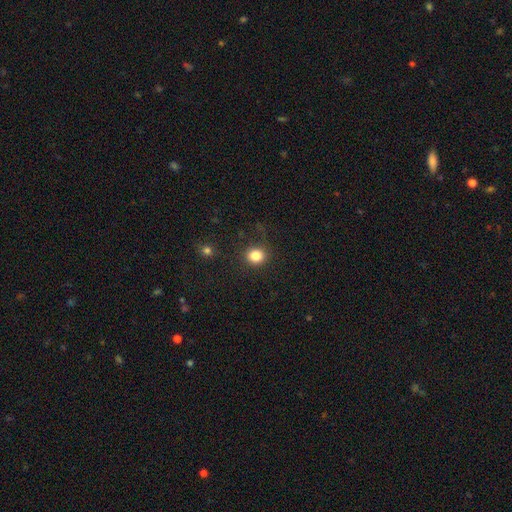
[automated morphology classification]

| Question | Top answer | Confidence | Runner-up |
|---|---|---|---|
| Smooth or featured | smooth | 84% | star or artifact (12%) |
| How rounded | round | 79% | in between (20%) |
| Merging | none | 85% | minor disturbance (10%) |